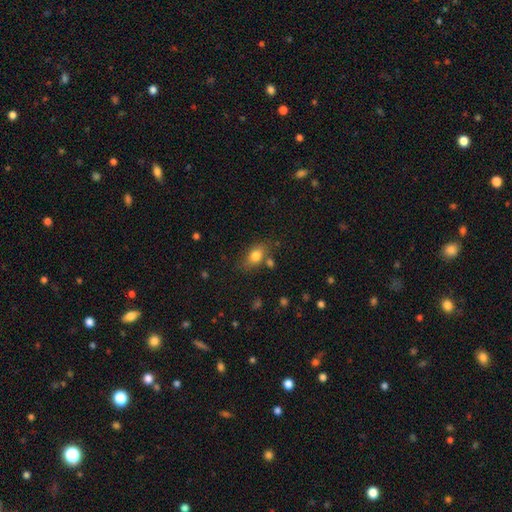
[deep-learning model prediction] A smooth galaxy with no disk features (80%) that is in between round and cigar-shaped (78%). Merging: none (70%).